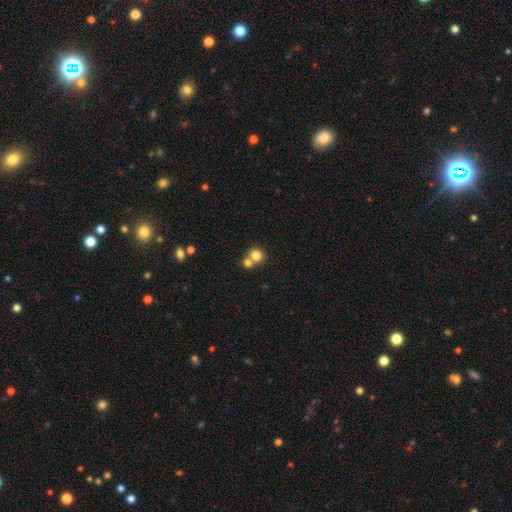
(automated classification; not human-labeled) This appears to be a smooth galaxy with no disk features (79%) that is round (85%). Merging: none (47%).